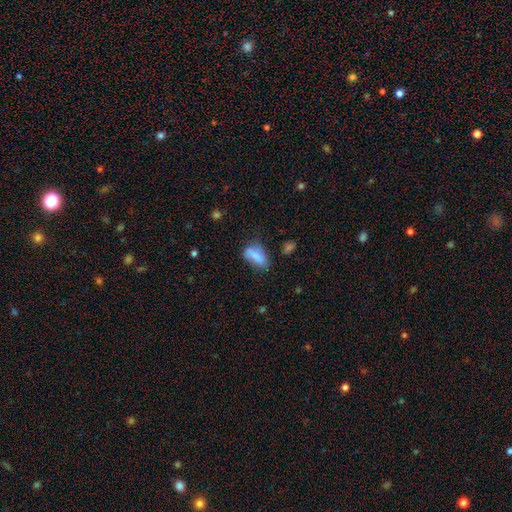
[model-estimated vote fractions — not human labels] This is likely a smooth galaxy (80%). How rounded: clearly in between (85%). Merging: possibly none (50%).